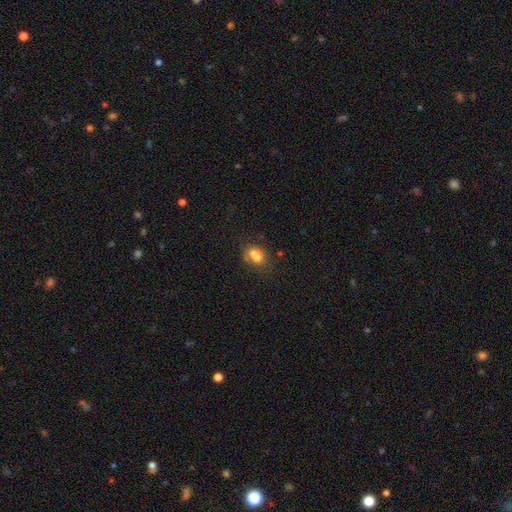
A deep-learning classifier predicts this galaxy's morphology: Overall: smooth (66%). How rounded: round (54%; in between 45%). Merging: merger (50%; none 34%).